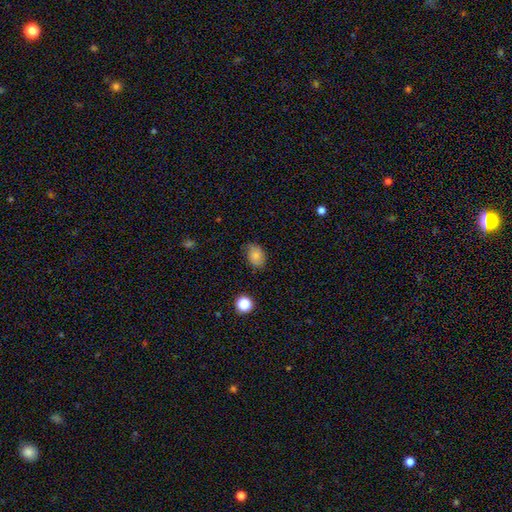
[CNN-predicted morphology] Smooth or featured? Predicted: smooth (p=0.79). How rounded? Predicted: in between (p=0.77). Merging? Predicted: none (p=0.74).